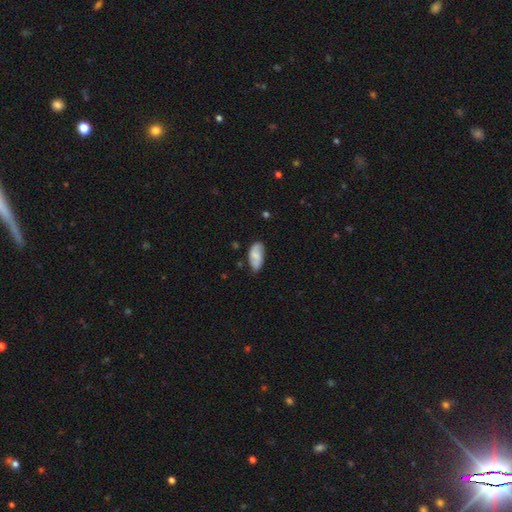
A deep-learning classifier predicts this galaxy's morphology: The model was most divided on "smooth or featured": smooth: 60%, featured or disk: 33%, star or artifact: 7%. More confident: how rounded — in between (91%); merging — none (69%).